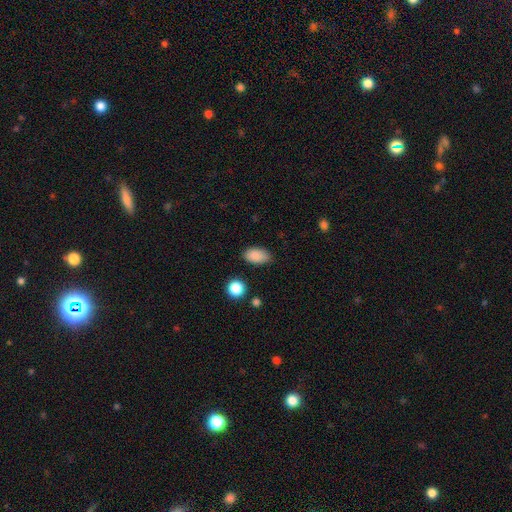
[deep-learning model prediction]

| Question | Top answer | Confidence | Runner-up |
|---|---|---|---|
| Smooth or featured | smooth | 88% | star or artifact (8%) |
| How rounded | in between | 92% | round (6%) |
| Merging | none | 82% | minor disturbance (13%) |